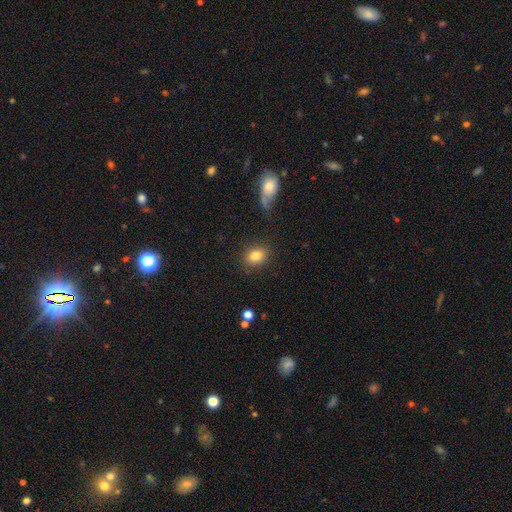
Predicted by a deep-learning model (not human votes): A smooth galaxy with no disk features (83%) that is in between round and cigar-shaped (59%).

Vote fractions:
- Smooth or featured? smooth: 83% / star or artifact: 9% / featured or disk: 8%
- How rounded? in between: 59% / round: 39% / cigar-shaped: 1%
- Merging? none: 85% / minor disturbance: 10% / major disturbance: 3% / merger: 3%